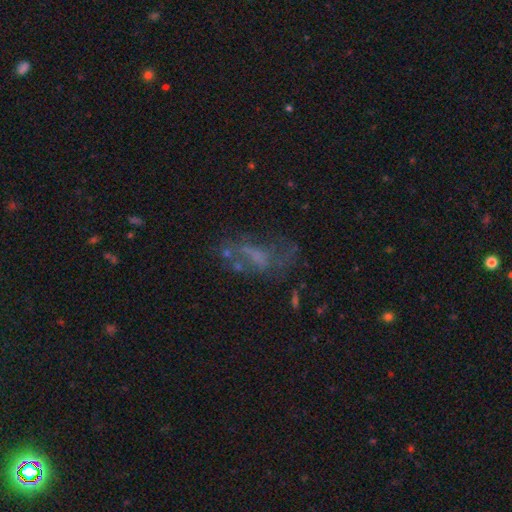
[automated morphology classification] smooth-or-featured: featured or disk: 50% | smooth: 30% | star or artifact: 20%
  disk-edge-on: no: 94% | yes: 6%
  merging: none: 38% | major disturbance: 33% | minor disturbance: 18% | merger: 11%